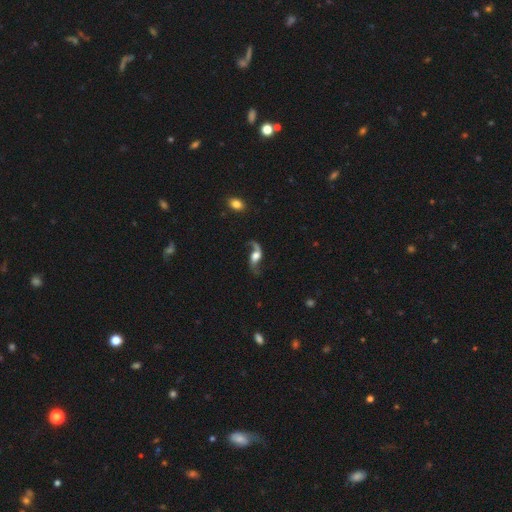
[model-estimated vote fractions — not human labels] Q: Smooth or featured?
A: featured or disk (83%); runner-up: smooth (10%)
Q: Edge-on disk?
A: no (92%); runner-up: yes (8%)
Q: Bar?
A: no (50%); runner-up: weak (34%)
Q: Spiral arms?
A: yes (95%); runner-up: no (5%)
Q: Spiral winding?
A: loose (88%); runner-up: medium (9%)
Q: Spiral arm count?
A: 2 (92%); runner-up: 1 (4%)
Q: Bulge size?
A: large (40%); runner-up: moderate (38%)
Q: Merging?
A: none (67%); runner-up: minor disturbance (15%)